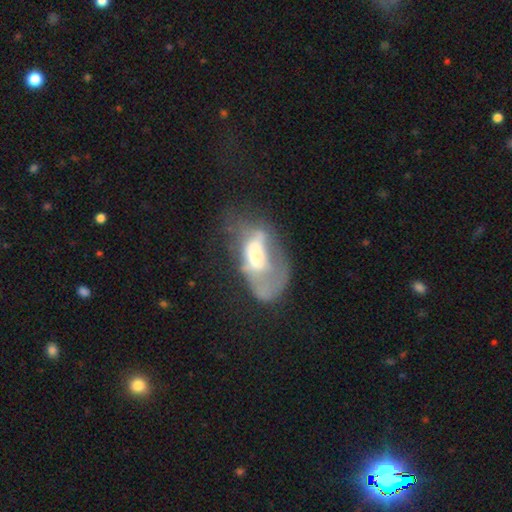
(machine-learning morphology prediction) featured or disk 49%, smooth 41%, star or artifact 10%. Down the decision tree: merging — major disturbance (54%).